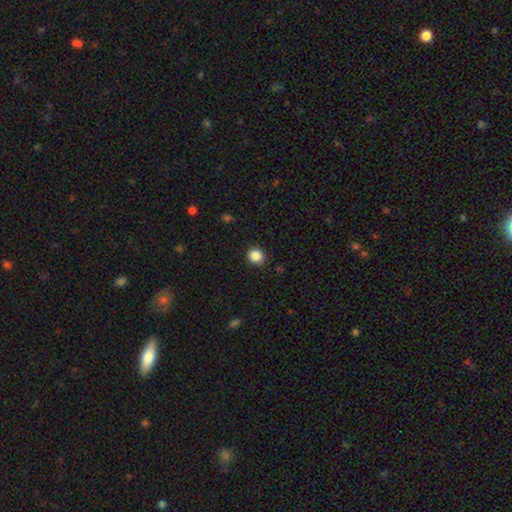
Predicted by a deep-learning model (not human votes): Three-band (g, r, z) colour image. It shows a smooth galaxy with no disk features (87%) that is round (74%). Merging: none (88%).